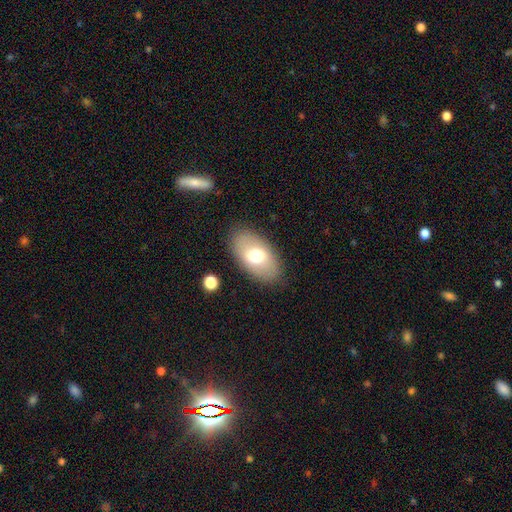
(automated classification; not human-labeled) smooth 66%, featured or disk 27%, star or artifact 7%. Down the decision tree: how rounded — in between (93%); merging — none (84%).